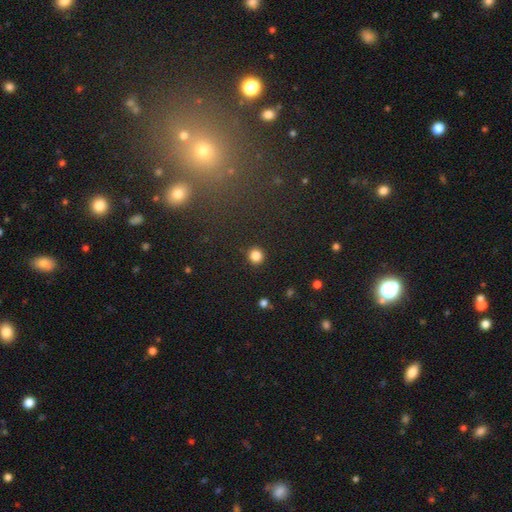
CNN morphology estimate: type=smooth (84%); roundness=round (93%); merging=none (92%).